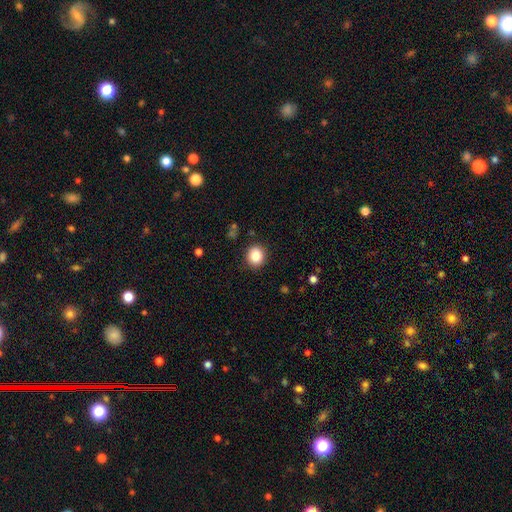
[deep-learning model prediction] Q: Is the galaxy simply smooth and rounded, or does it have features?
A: smooth — 86%.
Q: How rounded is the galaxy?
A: round — 81%.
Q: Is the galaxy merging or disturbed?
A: none — 89%.